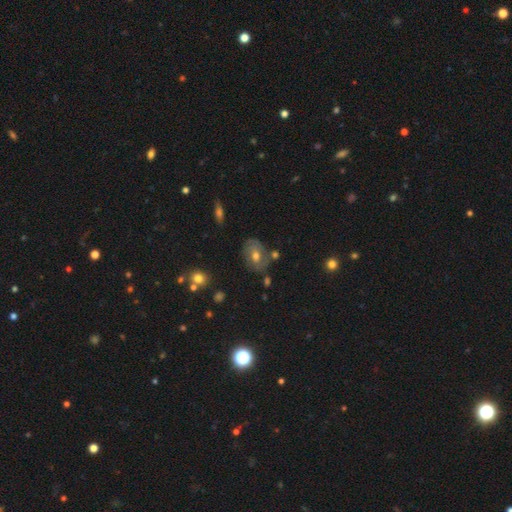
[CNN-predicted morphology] A featured or disk galaxy (55%) with no bar (63%), spiral arms (68%) and a moderate central bulge (73%).

Vote fractions:
- Smooth or featured? featured or disk: 55% / smooth: 35% / star or artifact: 10%
- Edge-on disk? no: 94% / yes: 6%
- Bar? no: 63% / weak: 30% / strong: 7%
- Spiral arms? yes: 68% / no: 32%
- Bulge size? moderate: 73% / small: 20% / large: 5% / none: 1% / dominant: 1%
- Merging? none: 67% / minor disturbance: 20% / major disturbance: 7% / merger: 5%